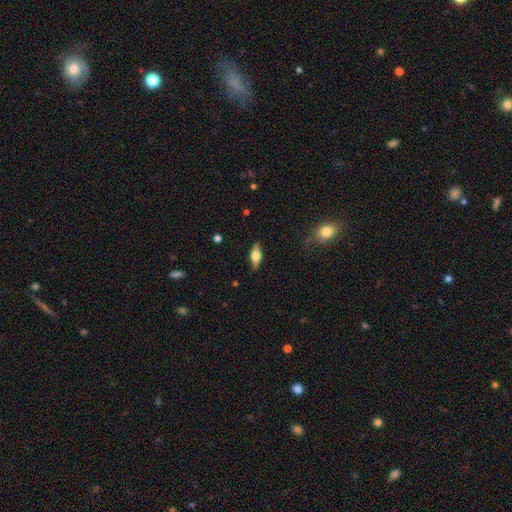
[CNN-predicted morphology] The model was most divided on "smooth or featured": featured or disk: 54%, smooth: 39%, star or artifact: 7%. More confident: edge-on disk — yes (92%); merging — none (86%).